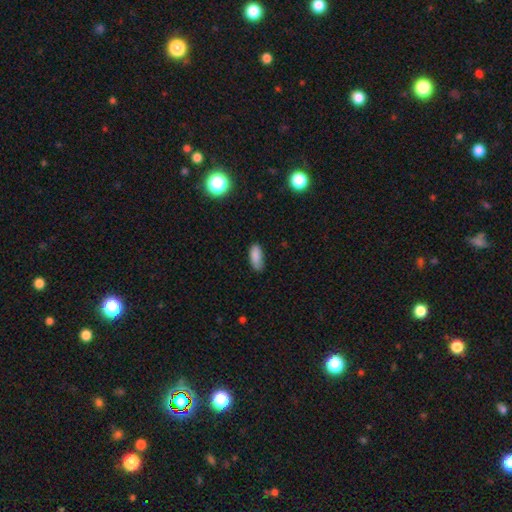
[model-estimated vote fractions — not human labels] Morphology: type=smooth (87%); roundness=in between (81%); merging=none (79%).